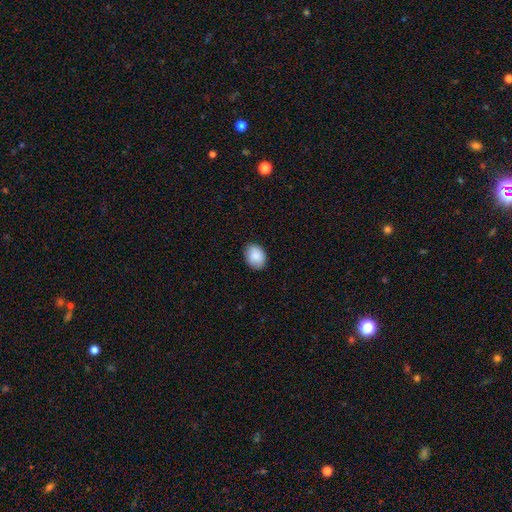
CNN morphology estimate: Q: Smooth or featured?
A: smooth (89%); runner-up: star or artifact (7%)
Q: How rounded?
A: in between (69%); runner-up: round (30%)
Q: Merging?
A: none (85%); runner-up: minor disturbance (12%)